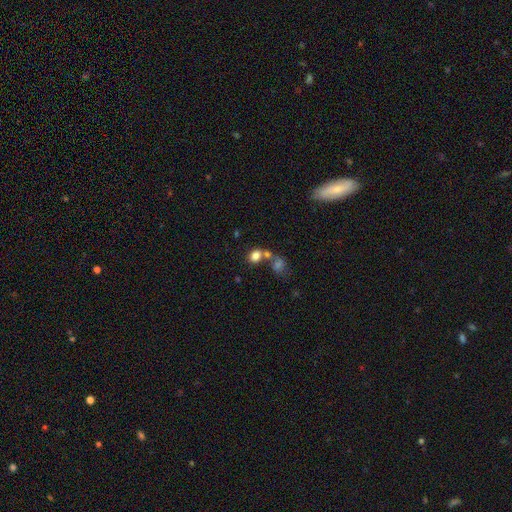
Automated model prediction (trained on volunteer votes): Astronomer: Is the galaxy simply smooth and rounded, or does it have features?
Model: smooth — 78%.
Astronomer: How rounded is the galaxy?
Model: in between — 52% (runner-up: round, 46%).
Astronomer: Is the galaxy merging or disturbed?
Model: none — 43% (runner-up: merger, 39%).